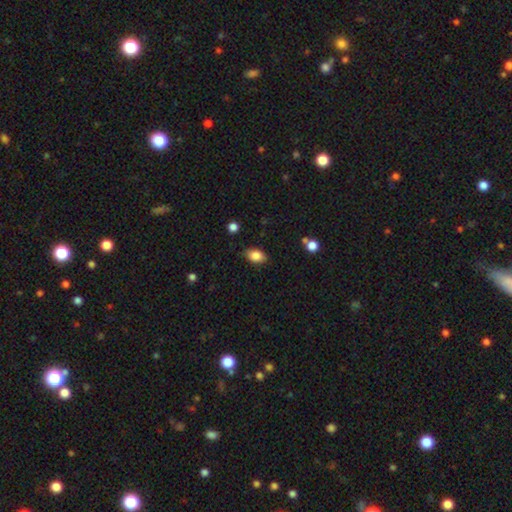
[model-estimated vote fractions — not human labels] This appears to be a smooth galaxy with no disk features (85%) that is in between round and cigar-shaped (87%). Merging: none (84%).